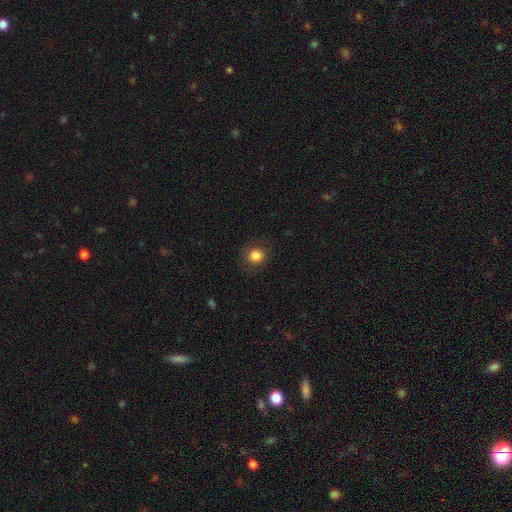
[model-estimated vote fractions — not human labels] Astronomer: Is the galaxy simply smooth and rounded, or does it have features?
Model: smooth — 84%.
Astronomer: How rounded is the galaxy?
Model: round — 83%.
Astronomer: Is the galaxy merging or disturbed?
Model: none — 84%.